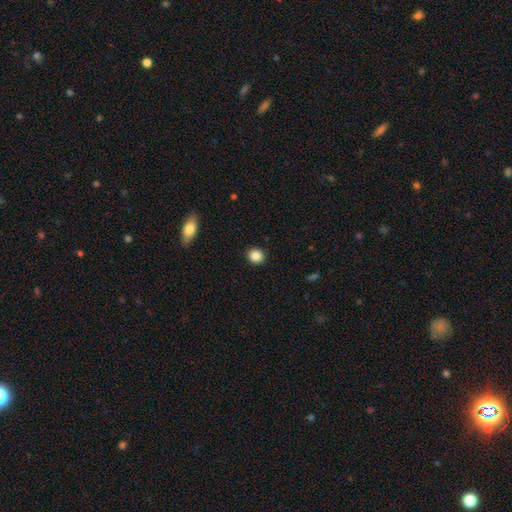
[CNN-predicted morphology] smooth-or-featured: smooth: 86% | star or artifact: 9% | featured or disk: 4%
  how-rounded: round: 79% | in between: 20% | cigar-shaped: 1%
  merging: none: 91% | minor disturbance: 6% | major disturbance: 2% | merger: 1%